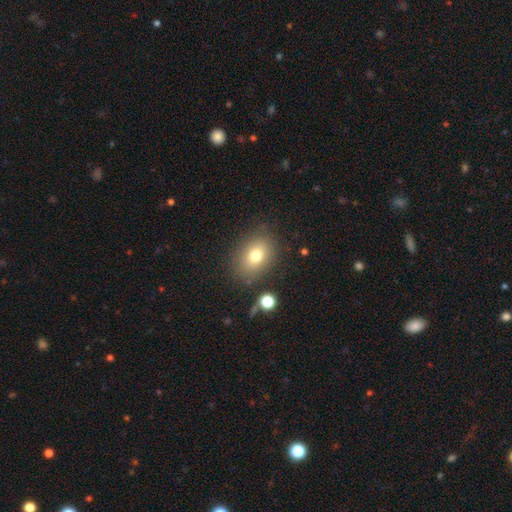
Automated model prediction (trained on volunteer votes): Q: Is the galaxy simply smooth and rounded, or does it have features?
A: smooth — 75%.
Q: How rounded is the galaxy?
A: in between — 68%.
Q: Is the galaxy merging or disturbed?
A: none — 81%.